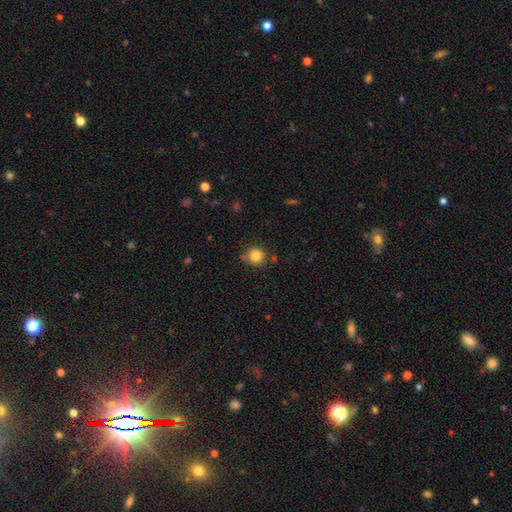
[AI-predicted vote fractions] smooth-or-featured: smooth: 84% | star or artifact: 11% | featured or disk: 5%
  how-rounded: round: 94% | in between: 5% | cigar-shaped: 1%
  merging: none: 80% | minor disturbance: 10% | merger: 7% | major disturbance: 3%